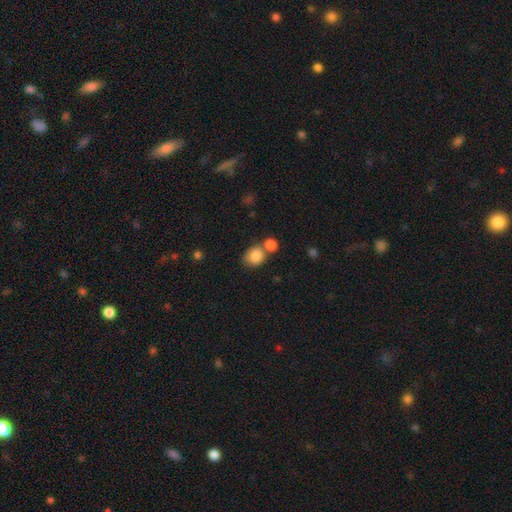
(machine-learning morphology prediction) smooth 86%, star or artifact 8%, featured or disk 6%. Down the decision tree: how rounded — round (62%); merging — none (50%).